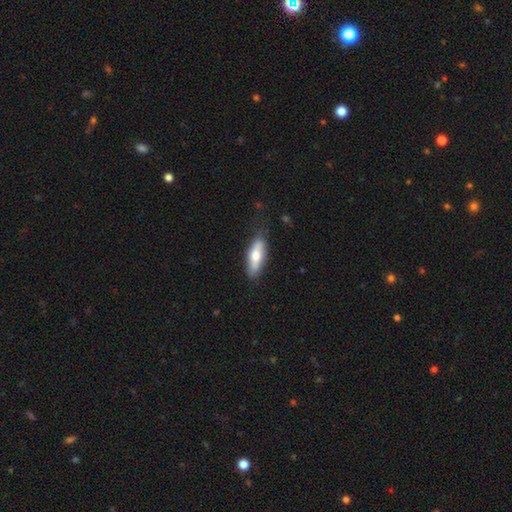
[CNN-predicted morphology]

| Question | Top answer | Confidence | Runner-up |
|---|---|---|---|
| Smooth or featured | smooth | 63% | featured or disk (31%) |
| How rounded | in between | 63% | cigar-shaped (35%) |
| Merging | none | 78% | minor disturbance (17%) |